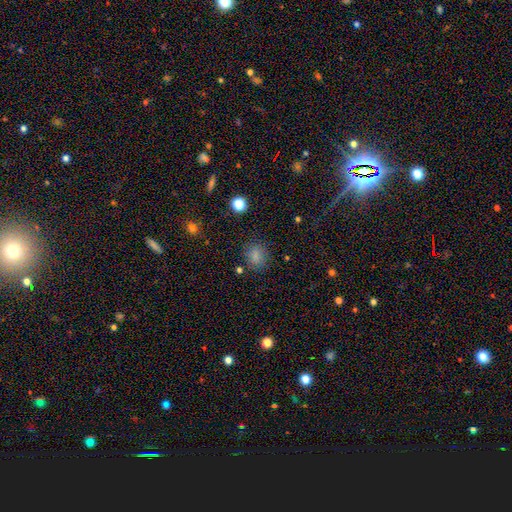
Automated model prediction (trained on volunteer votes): This appears to be a smooth galaxy with no disk features (81%) that is round (59%). Merging: none (82%).